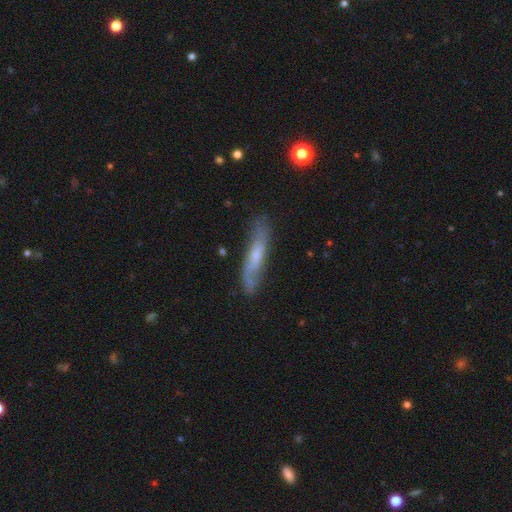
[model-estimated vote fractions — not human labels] Smooth or featured: featured or disk — 59% (smooth — 33%)
Edge-on disk: yes — 53% (no — 47%)
Merging: none — 74% (minor disturbance — 19%)